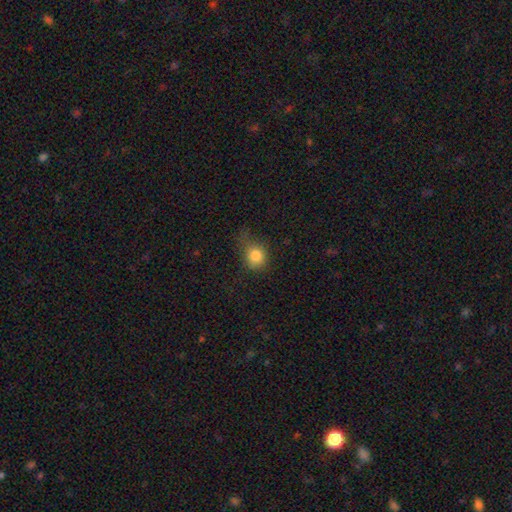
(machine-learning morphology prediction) Smooth or featured? Predicted: smooth (p=0.82). How rounded? Predicted: round (p=0.73). Merging? Predicted: none (p=0.54).